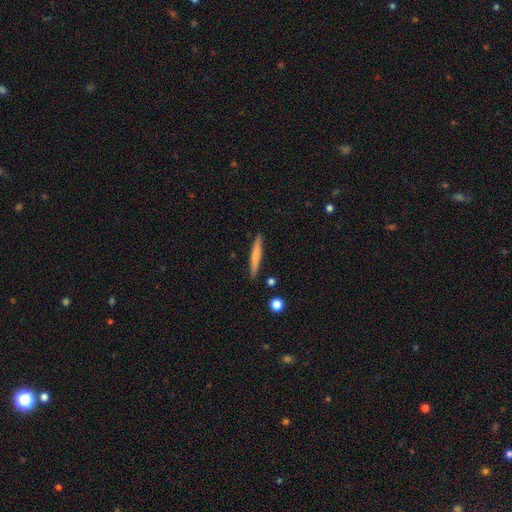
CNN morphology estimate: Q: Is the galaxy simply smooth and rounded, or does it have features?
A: smooth — 62%.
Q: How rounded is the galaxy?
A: cigar-shaped — 95%.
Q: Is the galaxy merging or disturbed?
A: none — 88%.